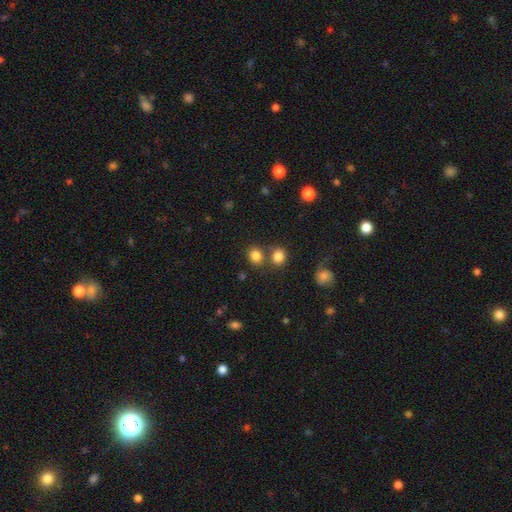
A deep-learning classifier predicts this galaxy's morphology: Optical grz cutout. It shows a smooth galaxy with no disk features (82%) that is round (72%). Merging: none (65%).